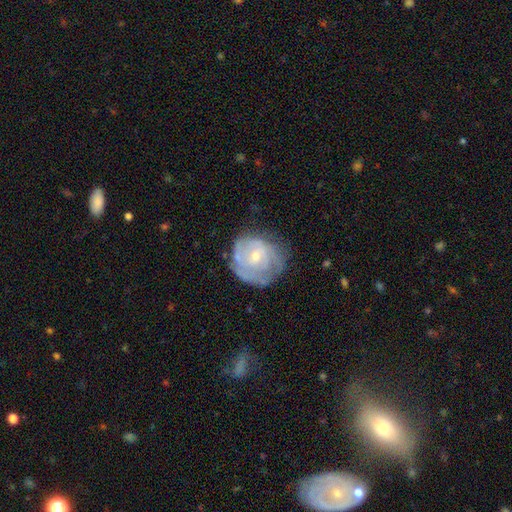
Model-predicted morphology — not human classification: Smooth or featured? Predicted: featured or disk (p=0.67). Edge-on disk? Predicted: no (p=0.97). Bar? Predicted: no (p=0.67). Spiral arms? Predicted: yes (p=0.73). Bulge size? Predicted: small (p=0.60). Merging? Predicted: none (p=0.58).